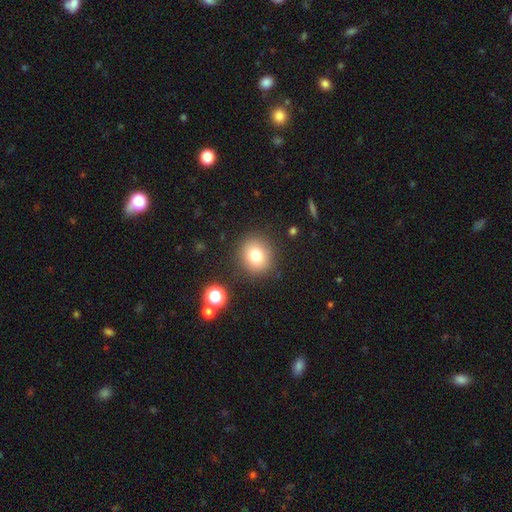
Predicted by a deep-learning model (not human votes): This appears to be a smooth galaxy with no disk features (77%) that is round (85%). Merging: none (87%).